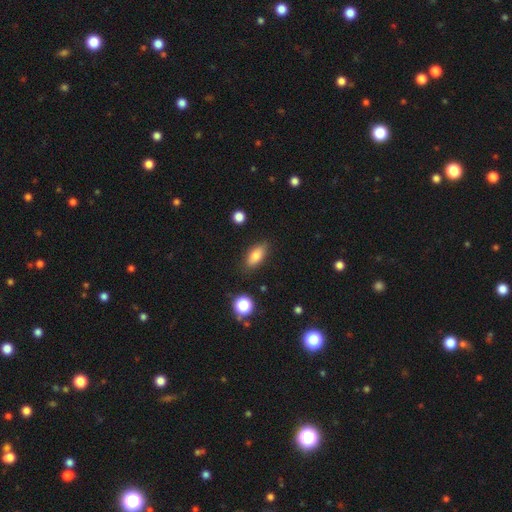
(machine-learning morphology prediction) smooth-or-featured: smooth: 79% | featured or disk: 12% | star or artifact: 9%
  how-rounded: in between: 84% | cigar-shaped: 11% | round: 5%
  merging: none: 84% | minor disturbance: 12% | major disturbance: 3% | merger: 2%